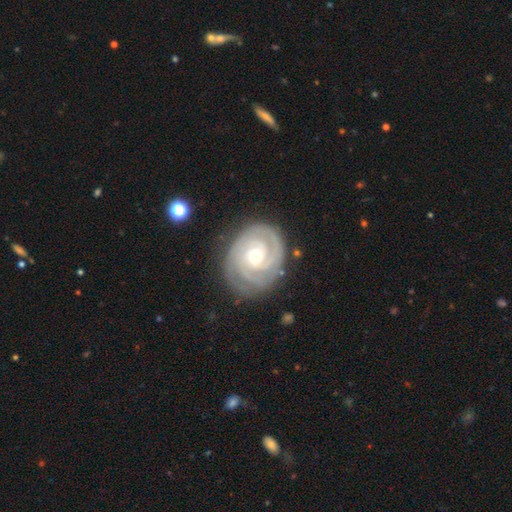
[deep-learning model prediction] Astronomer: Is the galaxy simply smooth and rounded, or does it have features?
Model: featured or disk — 91%.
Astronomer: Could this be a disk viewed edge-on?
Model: no — 98%.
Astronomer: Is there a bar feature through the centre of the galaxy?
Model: no — 68%.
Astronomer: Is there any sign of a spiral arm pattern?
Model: yes — 98%.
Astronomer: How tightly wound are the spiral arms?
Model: tight — 81%.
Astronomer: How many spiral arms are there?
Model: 3 — 34% (runner-up: 2, 33%).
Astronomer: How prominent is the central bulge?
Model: moderate — 51% (runner-up: small, 46%).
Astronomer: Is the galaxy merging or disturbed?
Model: none — 81%.